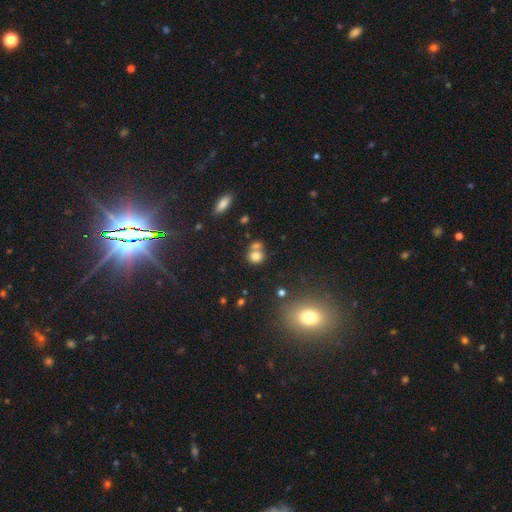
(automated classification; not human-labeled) smooth-or-featured: smooth: 76% | star or artifact: 13% | featured or disk: 11%
  how-rounded: round: 70% | in between: 29% | cigar-shaped: 1%
  merging: none: 44% | merger: 42% | minor disturbance: 10% | major disturbance: 4%